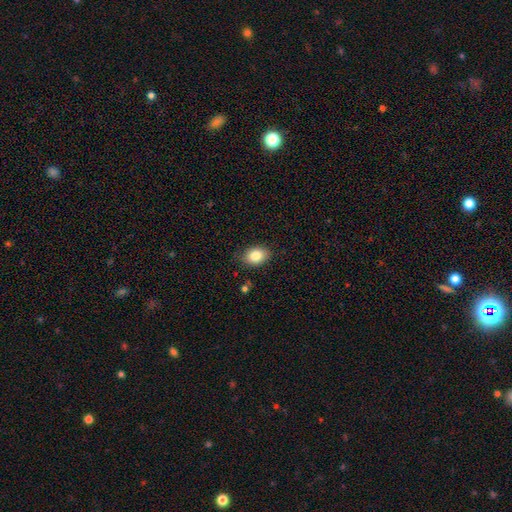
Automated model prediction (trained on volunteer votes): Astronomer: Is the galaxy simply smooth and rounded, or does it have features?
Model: smooth — 84%.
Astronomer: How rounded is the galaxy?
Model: in between — 76%.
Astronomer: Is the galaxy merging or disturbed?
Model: none — 84%.